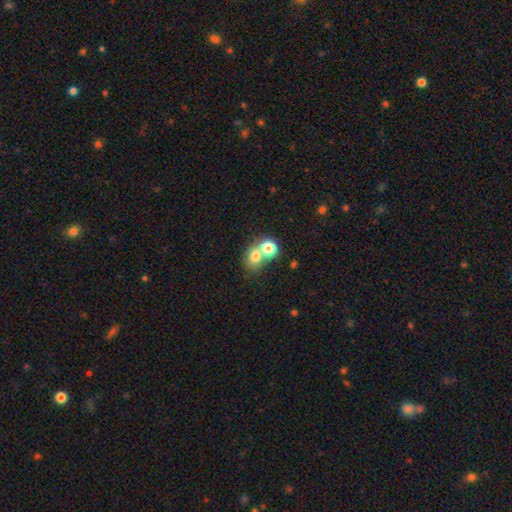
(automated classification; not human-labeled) Morphology: type=smooth (73%); roundness=round (64%); merging=merger (53%).